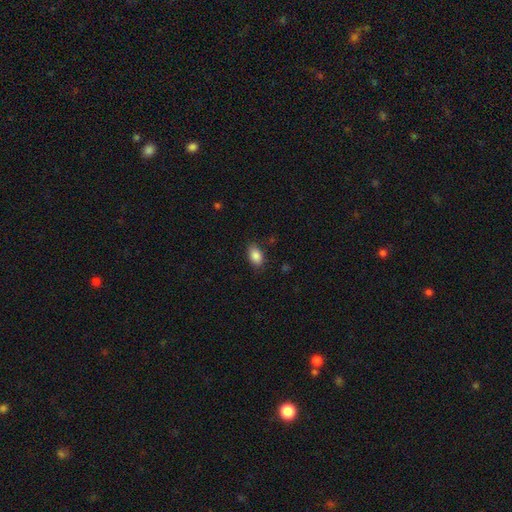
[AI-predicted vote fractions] A smooth galaxy with no disk features (87%) that is in between round and cigar-shaped (89%). Merging: none (84%).